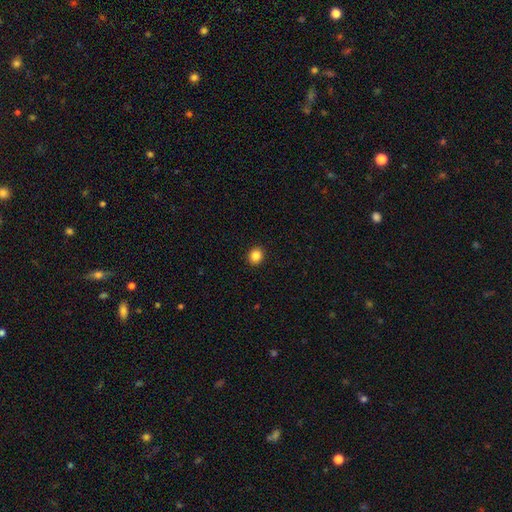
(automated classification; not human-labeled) Q: Smooth or featured?
A: smooth (85%); runner-up: star or artifact (11%)
Q: How rounded?
A: round (82%); runner-up: in between (17%)
Q: Merging?
A: none (93%); runner-up: minor disturbance (5%)